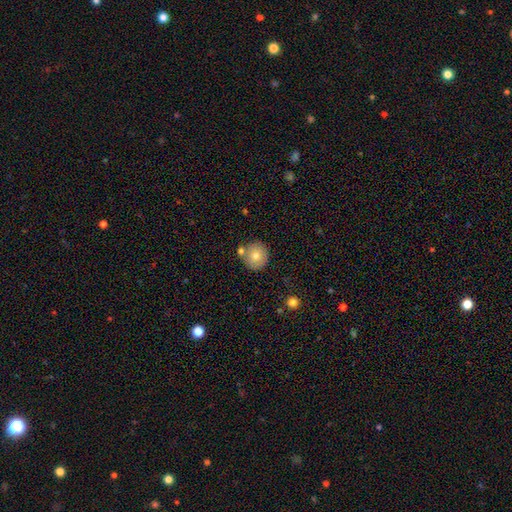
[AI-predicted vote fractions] This is likely a smooth galaxy (77%). How rounded: clearly round (91%). Merging: likely none (73%).